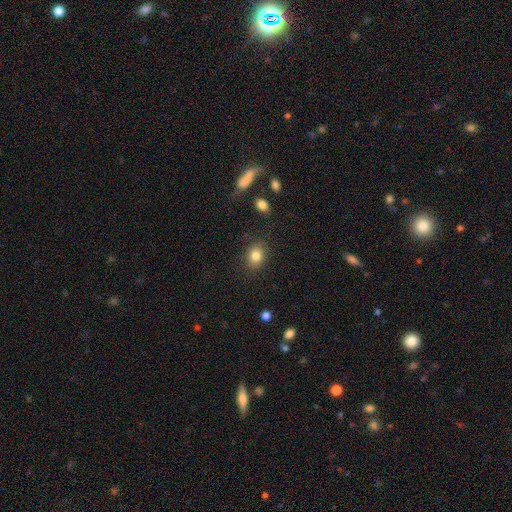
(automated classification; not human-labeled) smooth 83%, star or artifact 10%, featured or disk 7%. Down the decision tree: how rounded — in between (53%); merging — none (84%).